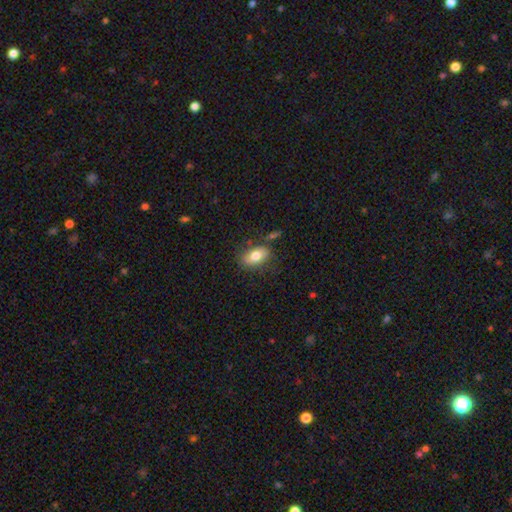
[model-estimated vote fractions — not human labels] smooth 77%, featured or disk 16%, star or artifact 8%. Down the decision tree: how rounded — in between (87%); merging — none (73%).